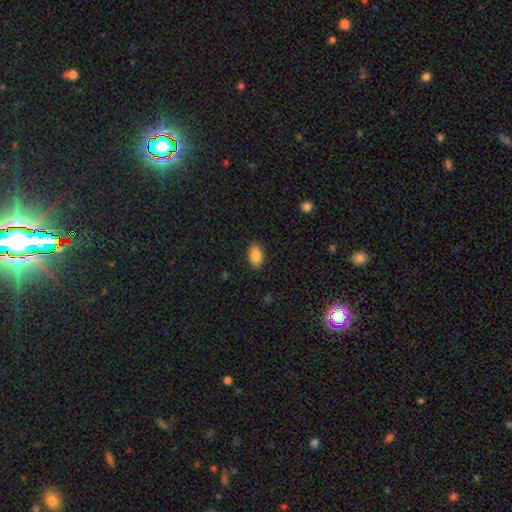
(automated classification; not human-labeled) Smooth or featured? Predicted: smooth (p=0.88). How rounded? Predicted: in between (p=0.92). Merging? Predicted: none (p=0.86).